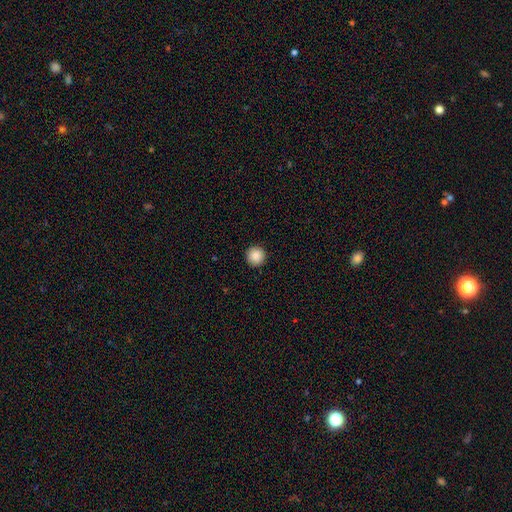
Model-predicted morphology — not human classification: Overall: smooth (88%). How rounded: round (96%). Merging: none (93%).